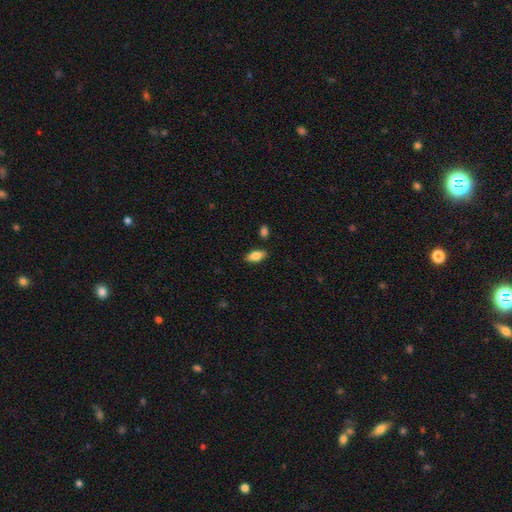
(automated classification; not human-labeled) A smooth galaxy with no disk features (82%) that is in between round and cigar-shaped (89%).

Vote fractions:
- Smooth or featured? smooth: 82% / featured or disk: 11% / star or artifact: 7%
- How rounded? in between: 89% / cigar-shaped: 8% / round: 3%
- Merging? none: 86% / minor disturbance: 9% / merger: 3% / major disturbance: 2%